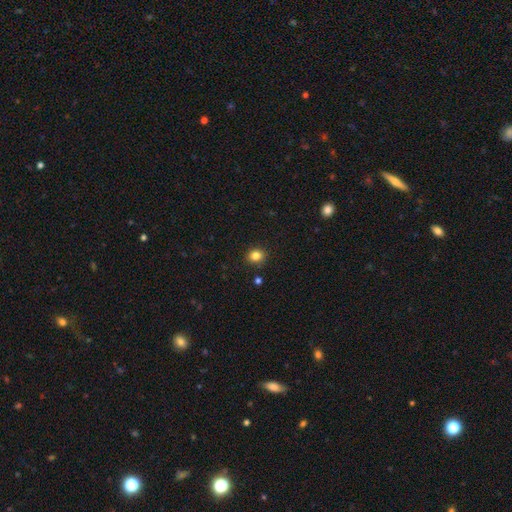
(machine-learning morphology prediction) Overall: smooth (83%). How rounded: round (73%). Merging: none (89%).